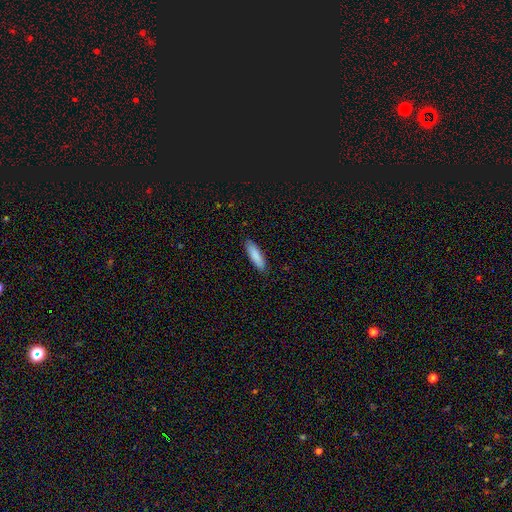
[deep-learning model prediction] This is clearly a smooth galaxy (88%). How rounded: possibly cigar-shaped (60%). Merging: clearly none (88%).